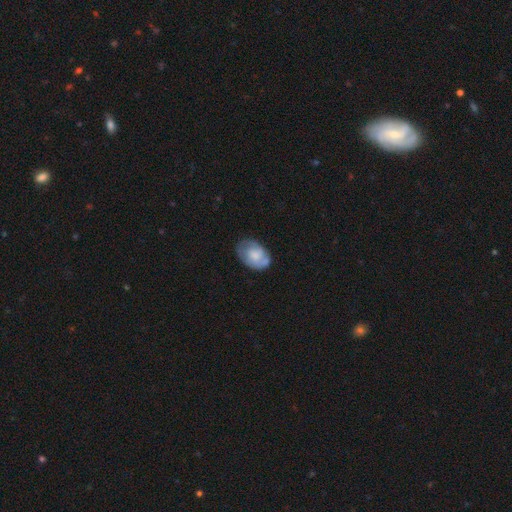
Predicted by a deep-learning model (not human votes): A smooth galaxy with no disk features (57%) that is in between round and cigar-shaped (83%). Merging: none (58%).